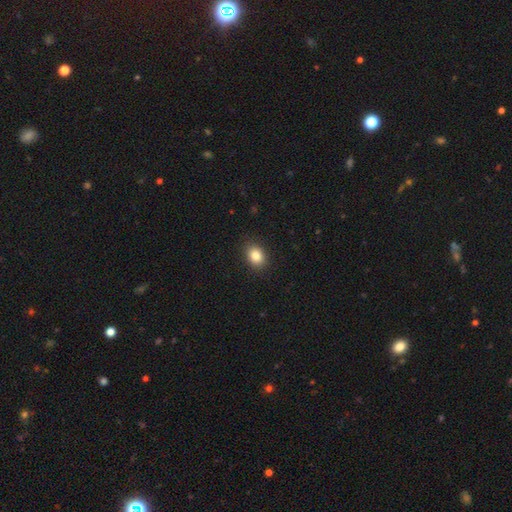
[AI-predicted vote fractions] A smooth galaxy with no disk features (84%) that is in between round and cigar-shaped (57%).

Vote fractions:
- Smooth or featured? smooth: 84% / star or artifact: 10% / featured or disk: 6%
- How rounded? in between: 57% / round: 42% / cigar-shaped: 1%
- Merging? none: 89% / minor disturbance: 8% / major disturbance: 2% / merger: 1%